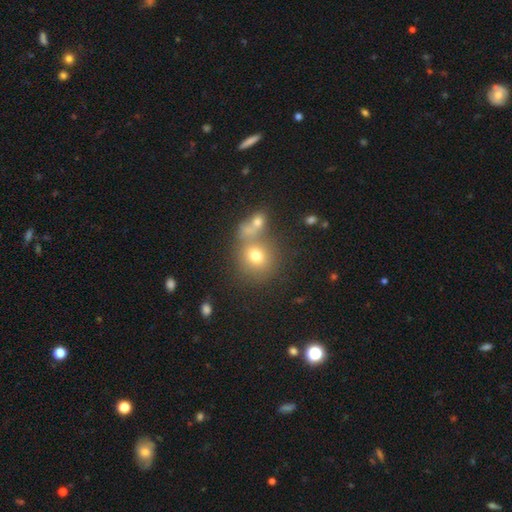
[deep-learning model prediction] This is likely a smooth galaxy (71%). How rounded: clearly round (80%). Merging: possibly none (55%).